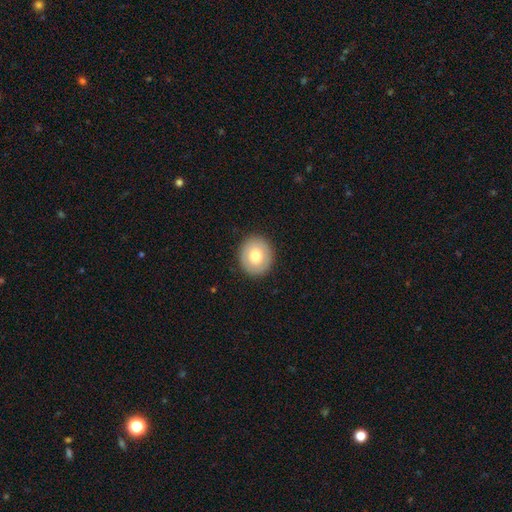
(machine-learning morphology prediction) type=smooth (72%); roundness=round (85%); merging=none (90%).